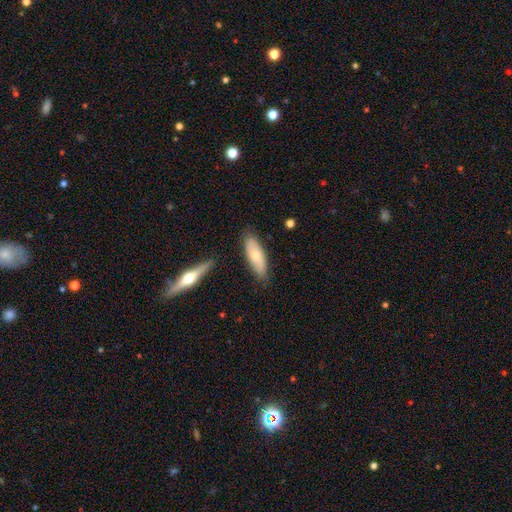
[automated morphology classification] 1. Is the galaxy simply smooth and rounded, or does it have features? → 67% smooth, 27% featured or disk, 6% star or artifact.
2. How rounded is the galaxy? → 63% in between, 35% cigar-shaped, 2% round.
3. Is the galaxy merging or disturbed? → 80% none, 14% minor disturbance, 3% merger, 3% major disturbance.